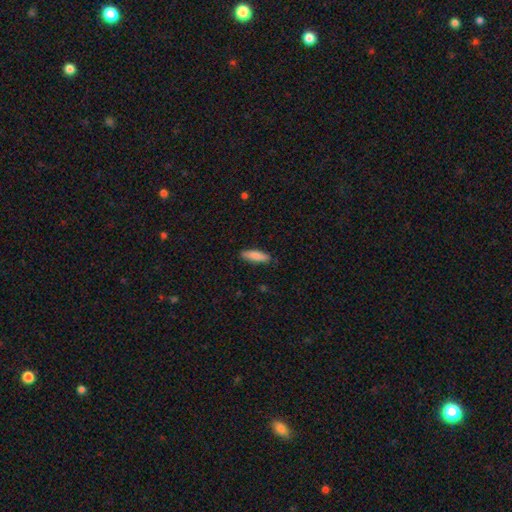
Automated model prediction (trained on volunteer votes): This appears to be a smooth galaxy with no disk features (85%) that is cigar-shaped (57%). Merging: none (86%).